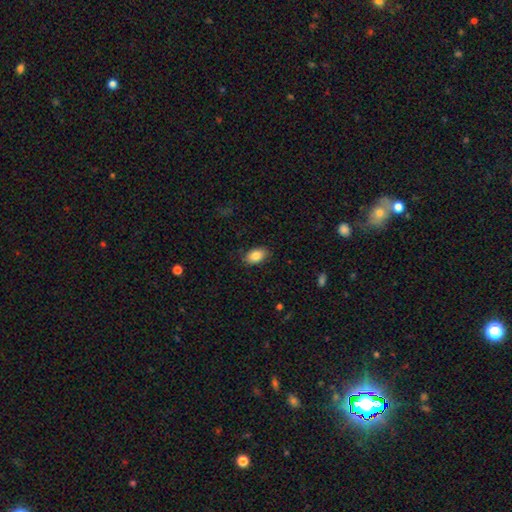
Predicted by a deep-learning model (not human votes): This is clearly a smooth galaxy (85%). How rounded: clearly in between (91%). Merging: clearly none (85%).